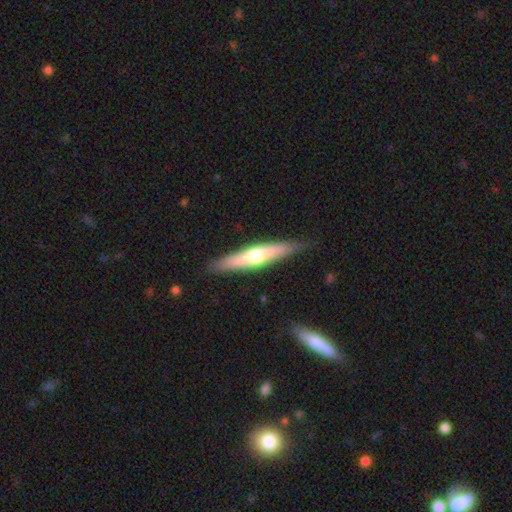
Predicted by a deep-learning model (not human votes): A smooth galaxy with no disk features (48%).

Vote fractions:
- Smooth or featured? smooth: 48% / featured or disk: 47% / star or artifact: 5%
- Merging? none: 86% / minor disturbance: 11% / major disturbance: 2% / merger: 1%